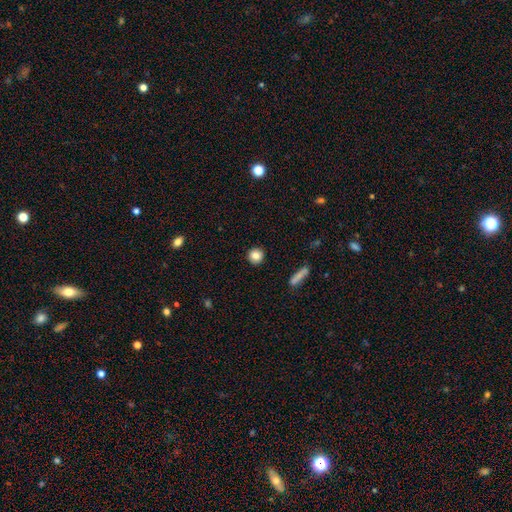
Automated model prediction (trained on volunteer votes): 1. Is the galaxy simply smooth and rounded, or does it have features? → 83% smooth, 9% star or artifact, 8% featured or disk.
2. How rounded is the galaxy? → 92% round, 7% in between, 1% cigar-shaped.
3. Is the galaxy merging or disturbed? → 91% none, 6% minor disturbance, 2% major disturbance, 1% merger.